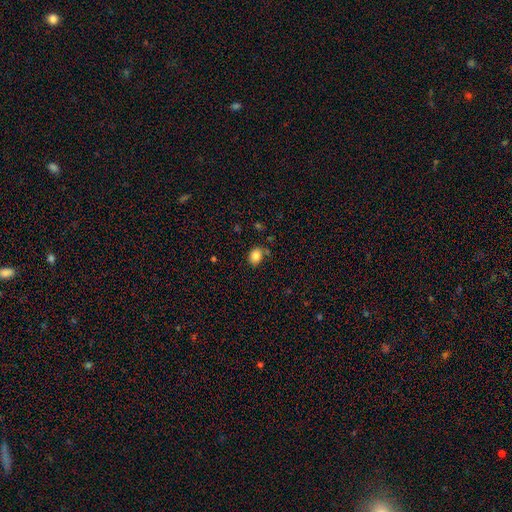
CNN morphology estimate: Smooth or featured? smooth (85%)
How rounded? in between (57%)
Merging? none (73%)